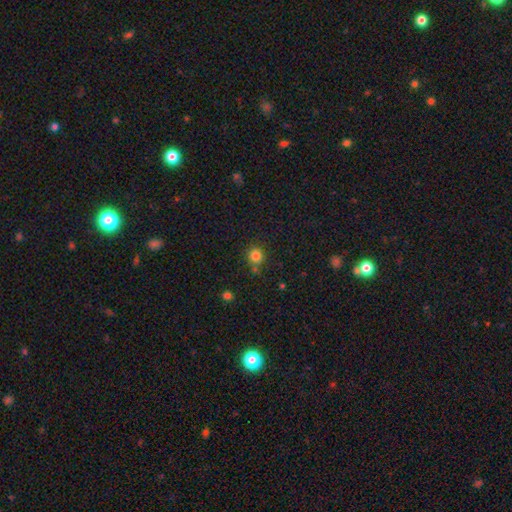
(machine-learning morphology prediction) This is clearly a smooth galaxy (82%). How rounded: clearly round (91%). Merging: likely none (77%).